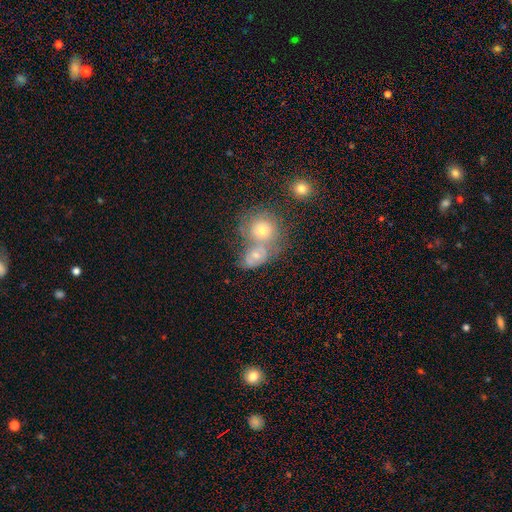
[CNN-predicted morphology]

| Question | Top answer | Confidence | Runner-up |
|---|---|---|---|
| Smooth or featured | smooth | 55% | featured or disk (31%) |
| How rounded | in between | 52% | round (46%) |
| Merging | merger | 56% | none (28%) |